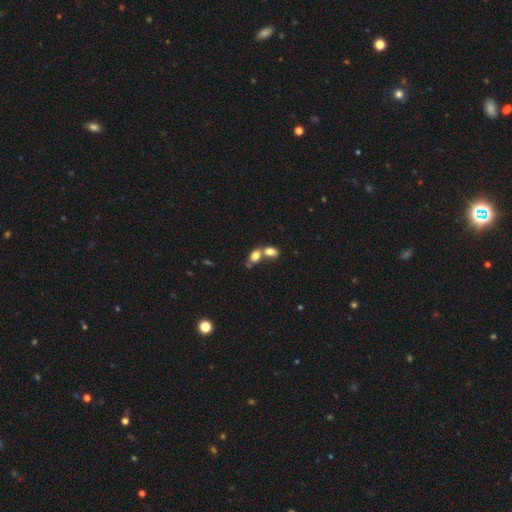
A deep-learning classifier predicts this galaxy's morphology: This is likely a smooth galaxy (78%). How rounded: likely in between (77%). Merging: likely merger (64%).